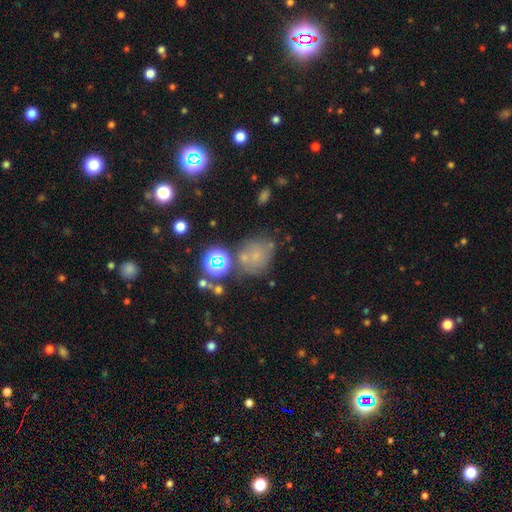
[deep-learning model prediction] This is possibly a smooth galaxy (47%). Merging: possibly none (59%).